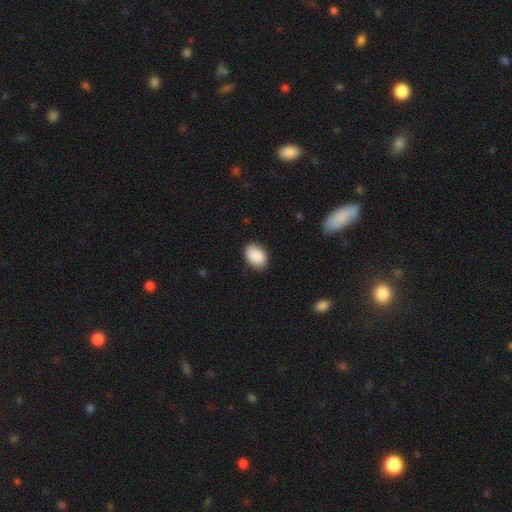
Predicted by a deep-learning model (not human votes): Smooth or featured: smooth — 90% (star or artifact — 6%)
How rounded: in between — 83% (round — 16%)
Merging: none — 85% (minor disturbance — 12%)